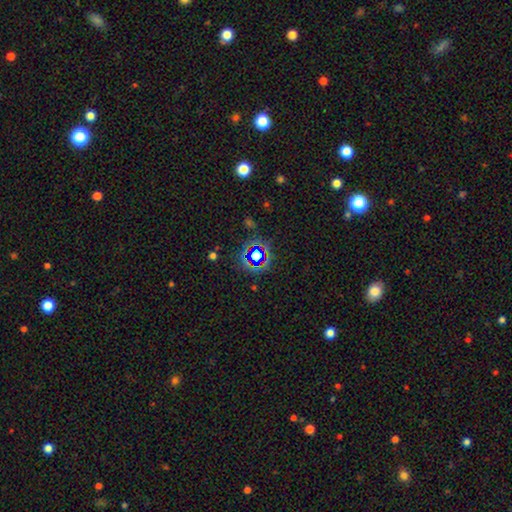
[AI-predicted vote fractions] smooth_or_featured: star or artifact (p=0.65) [alt: smooth p=0.23]